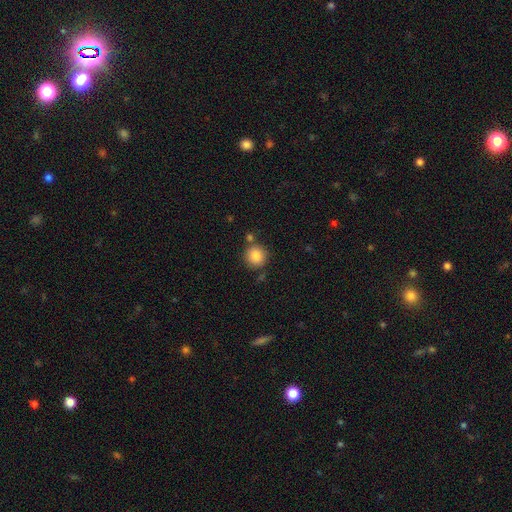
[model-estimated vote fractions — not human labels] Q: Smooth or featured?
A: smooth (86%); runner-up: star or artifact (9%)
Q: How rounded?
A: round (91%); runner-up: in between (8%)
Q: Merging?
A: none (77%); runner-up: minor disturbance (11%)